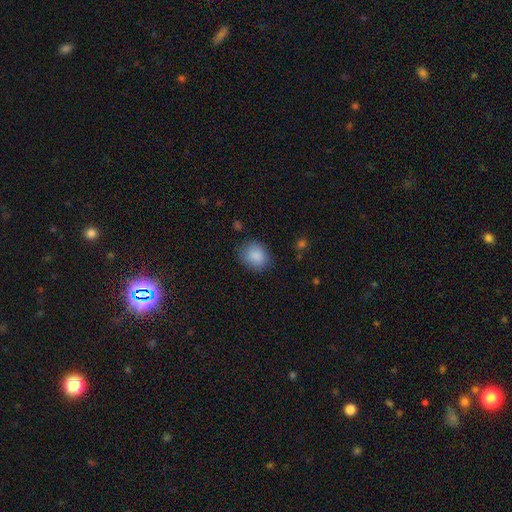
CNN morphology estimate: A smooth galaxy with no disk features (88%) that is round (58%). Merging: none (79%).